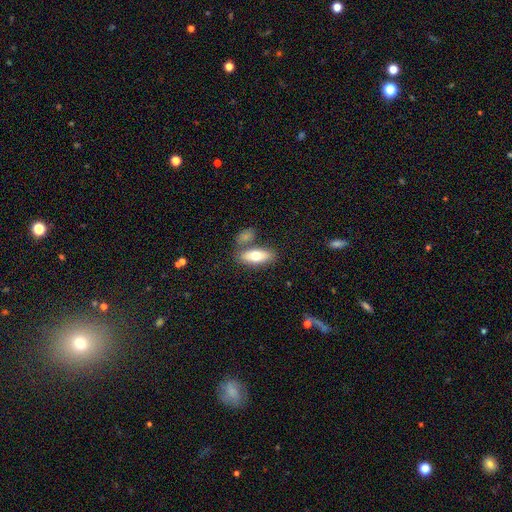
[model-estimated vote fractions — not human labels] This appears to be a smooth galaxy with no disk features (67%) that is in between round and cigar-shaped (71%). Merging: none (67%).